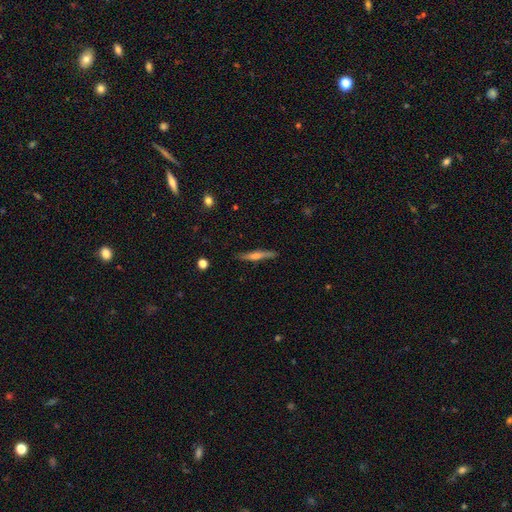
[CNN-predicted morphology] Smooth or featured?
  - featured or disk: 55% *
  - smooth: 39%
  - star or artifact: 7%
Edge-on disk?
  - yes: 95% *
  - no: 5%
Edge-on bulge?
  - rounded: 60% *
  - none: 24%
  - boxy: 16%
Merging?
  - none: 86% *
  - minor disturbance: 10%
  - major disturbance: 2%
  - merger: 1%